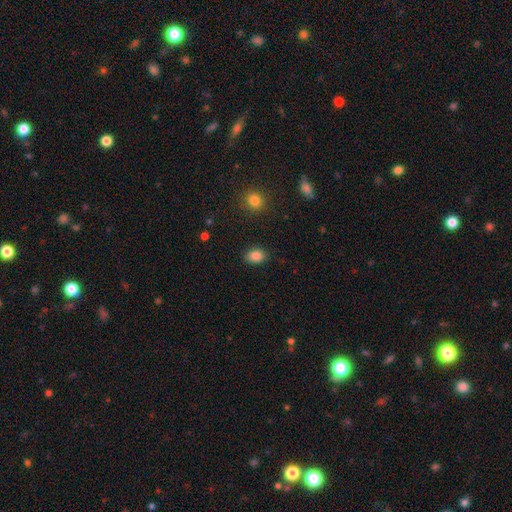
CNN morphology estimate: Smooth or featured? smooth (86%)
How rounded? in between (69%)
Merging? none (86%)